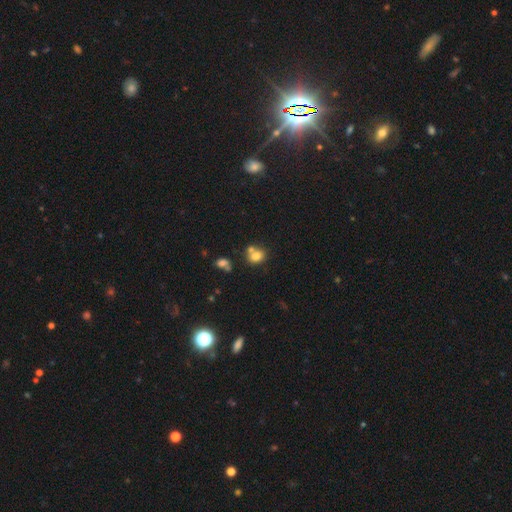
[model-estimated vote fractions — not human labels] This is likely a smooth galaxy (77%). How rounded: possibly round (57%). Merging: possibly none (46%).